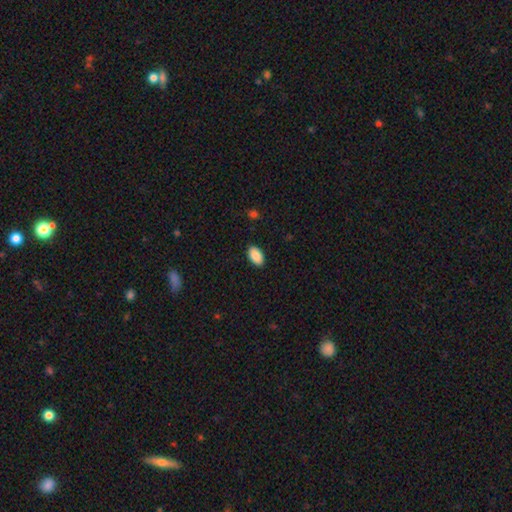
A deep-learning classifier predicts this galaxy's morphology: The model was most divided on "merging": none: 90%, minor disturbance: 8%, major disturbance: 2%, merger: 1%. More confident: how rounded — in between (95%); smooth or featured — smooth (90%).